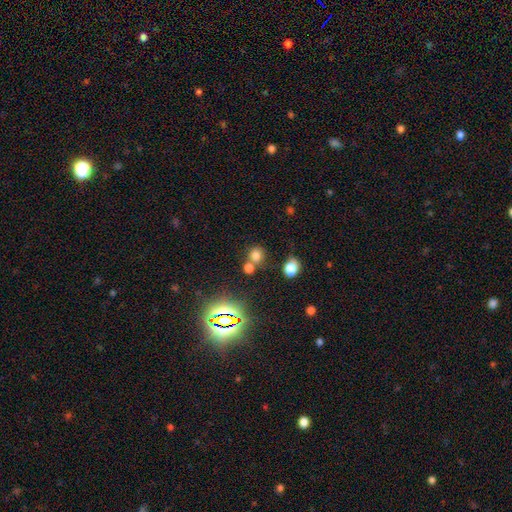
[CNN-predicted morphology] type=smooth (69%); roundness=round (81%); merging=none (61%).